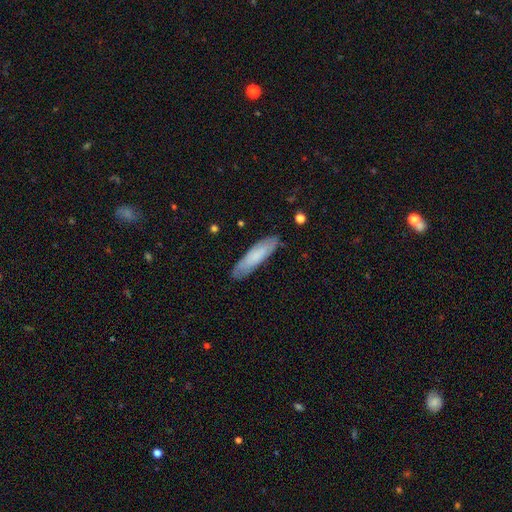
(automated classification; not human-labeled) smooth-or-featured: smooth: 74% | featured or disk: 20% | star or artifact: 6%
  how-rounded: cigar-shaped: 67% | in between: 32% | round: 1%
  merging: none: 84% | minor disturbance: 13% | major disturbance: 2% | merger: 1%